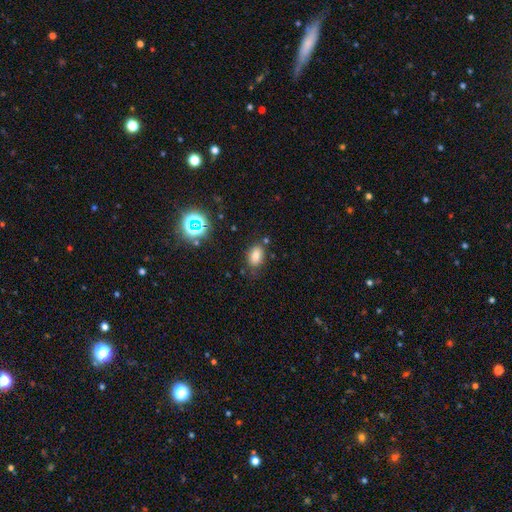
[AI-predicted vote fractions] Q: Smooth or featured?
A: smooth (76%); runner-up: star or artifact (15%)
Q: How rounded?
A: in between (86%); runner-up: round (12%)
Q: Merging?
A: none (75%); runner-up: minor disturbance (16%)